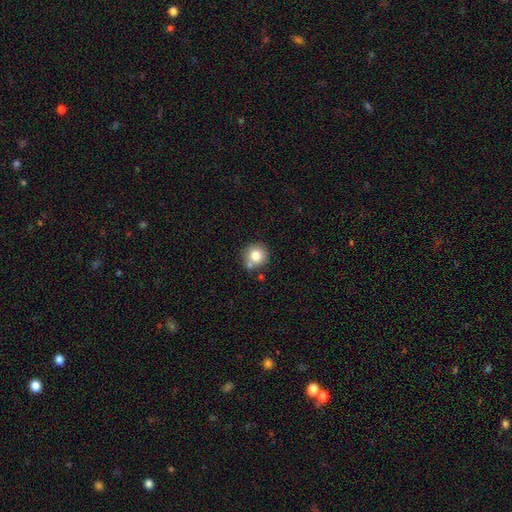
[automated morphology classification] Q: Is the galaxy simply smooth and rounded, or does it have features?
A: smooth — 79%.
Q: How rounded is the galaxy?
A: round — 92%.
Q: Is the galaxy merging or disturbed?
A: none — 72%.